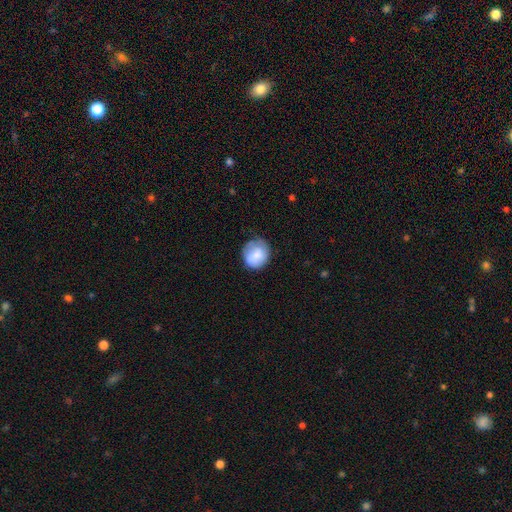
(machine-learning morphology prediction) Q: Smooth or featured?
A: smooth (75%); runner-up: featured or disk (18%)
Q: How rounded?
A: round (80%); runner-up: in between (19%)
Q: Merging?
A: none (62%); runner-up: minor disturbance (27%)